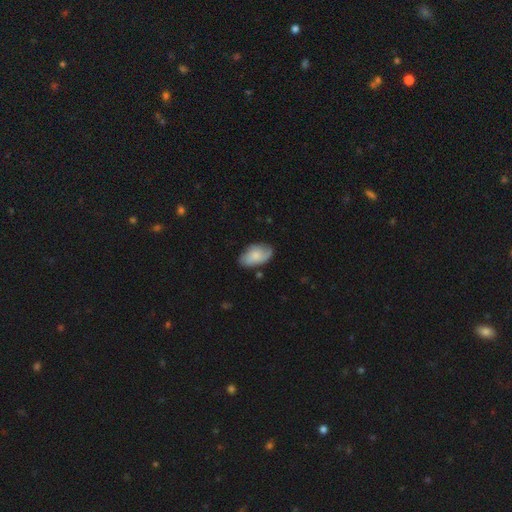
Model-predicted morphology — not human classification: smooth 64%, featured or disk 30%, star or artifact 7%. Down the decision tree: how rounded — in between (93%); merging — none (70%).